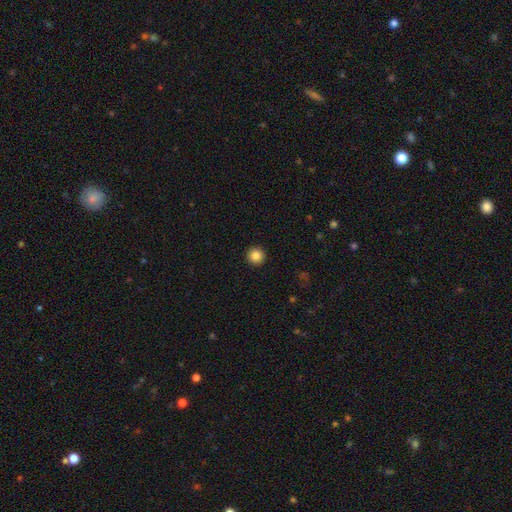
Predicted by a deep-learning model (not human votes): Q: Smooth or featured?
A: smooth (85%); runner-up: star or artifact (10%)
Q: How rounded?
A: round (96%); runner-up: in between (3%)
Q: Merging?
A: none (93%); runner-up: minor disturbance (4%)